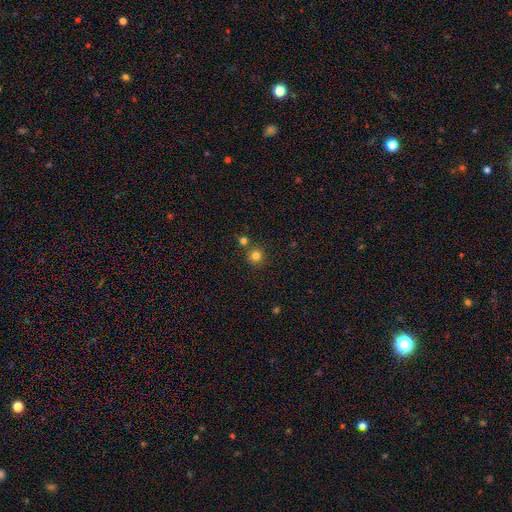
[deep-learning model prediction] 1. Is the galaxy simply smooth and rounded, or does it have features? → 80% smooth, 14% star or artifact, 5% featured or disk.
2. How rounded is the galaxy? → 94% round, 5% in between, 1% cigar-shaped.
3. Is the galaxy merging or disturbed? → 77% none, 14% merger, 7% minor disturbance, 3% major disturbance.